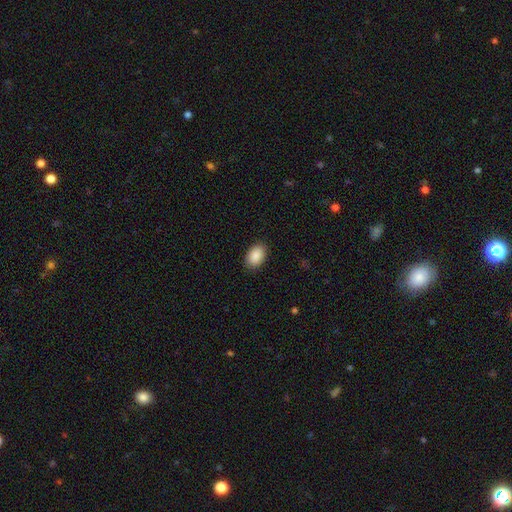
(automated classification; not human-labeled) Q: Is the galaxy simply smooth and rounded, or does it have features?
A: smooth — 90%.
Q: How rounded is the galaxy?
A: in between — 88%.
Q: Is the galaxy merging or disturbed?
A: none — 88%.